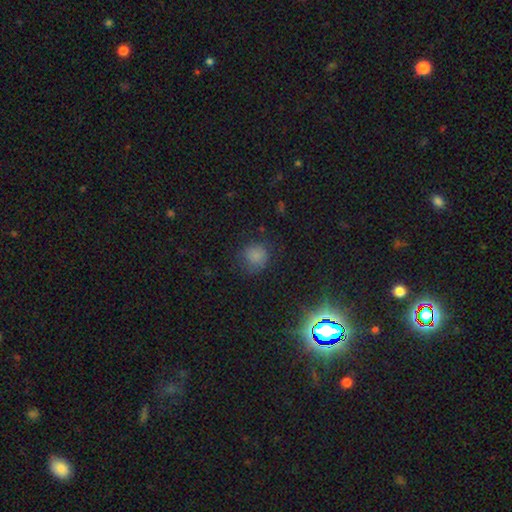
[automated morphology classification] smooth_or_featured: smooth (p=0.77) [alt: star or artifact p=0.17]
how_rounded: round (p=0.84) [alt: in between p=0.14]
merging: none (p=0.72) [alt: minor disturbance p=0.18]